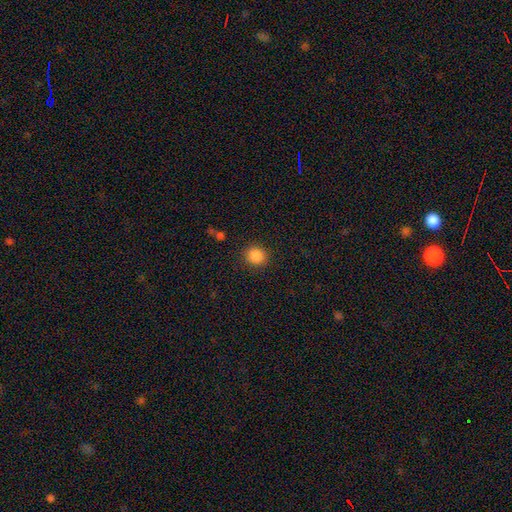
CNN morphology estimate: Smooth or featured?
  - smooth: 87% *
  - star or artifact: 10%
  - featured or disk: 3%
How rounded?
  - round: 86% *
  - in between: 13%
  - cigar-shaped: 1%
Merging?
  - none: 89% *
  - minor disturbance: 7%
  - major disturbance: 3%
  - merger: 1%